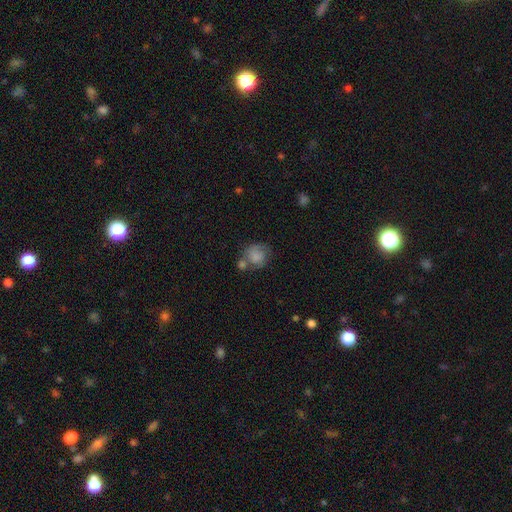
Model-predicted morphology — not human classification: This appears to be a smooth galaxy with no disk features (66%) that is round (75%). Merging: none (40%).